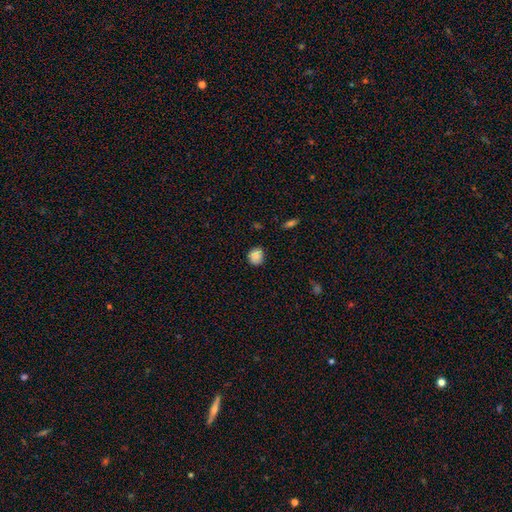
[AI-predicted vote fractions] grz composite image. It shows a smooth galaxy with no disk features (87%) that is round (78%). Merging: none (83%).